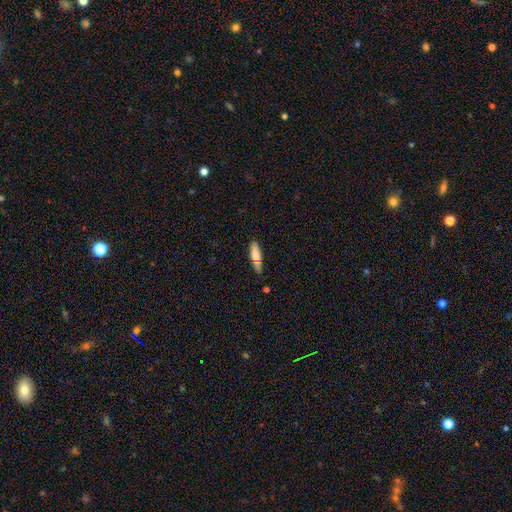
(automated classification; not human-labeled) Smooth or featured? Predicted: smooth (p=0.72). How rounded? Predicted: cigar-shaped (p=0.70). Merging? Predicted: none (p=0.71).